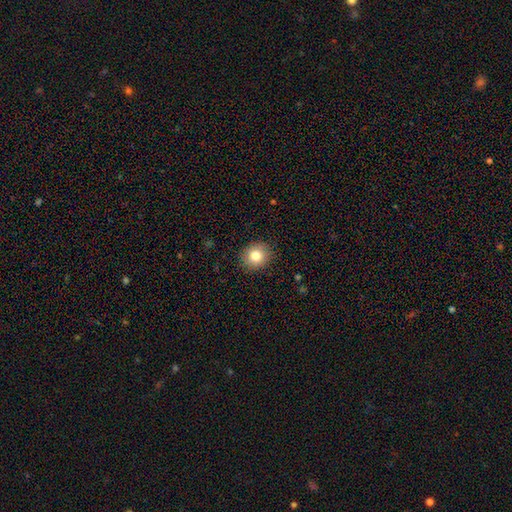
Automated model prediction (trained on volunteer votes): Smooth or featured?
  - smooth: 82% *
  - star or artifact: 9%
  - featured or disk: 9%
How rounded?
  - round: 75% *
  - in between: 24%
  - cigar-shaped: 1%
Merging?
  - none: 89% *
  - minor disturbance: 8%
  - major disturbance: 2%
  - merger: 1%